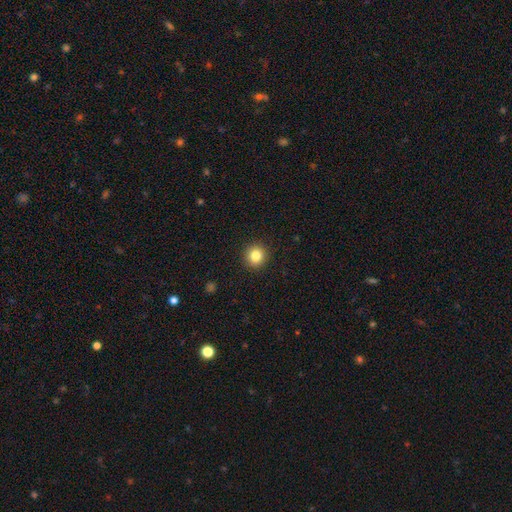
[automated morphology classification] A smooth galaxy with no disk features (83%) that is round (92%).

Vote fractions:
- Smooth or featured? smooth: 83% / star or artifact: 11% / featured or disk: 6%
- How rounded? round: 92% / in between: 7% / cigar-shaped: 1%
- Merging? none: 92% / minor disturbance: 5% / major disturbance: 2% / merger: 1%